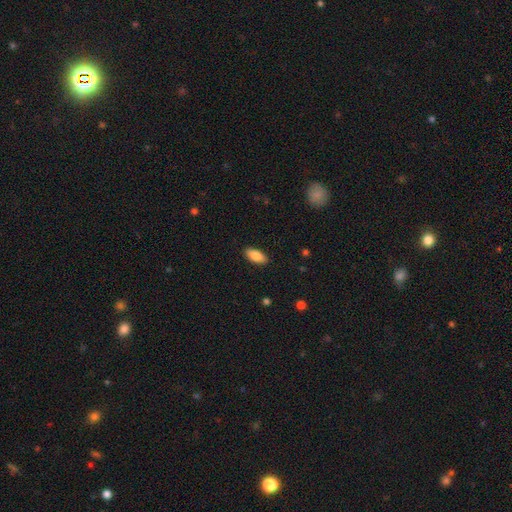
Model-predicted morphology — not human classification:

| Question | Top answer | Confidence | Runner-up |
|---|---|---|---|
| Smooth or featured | smooth | 85% | featured or disk (8%) |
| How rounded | in between | 88% | cigar-shaped (10%) |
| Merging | none | 89% | minor disturbance (8%) |